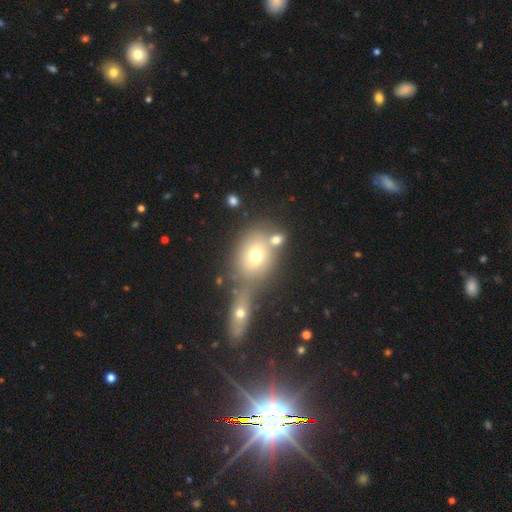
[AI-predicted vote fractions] Smooth or featured: smooth — 63% (featured or disk — 22%)
How rounded: in between — 52% (round — 45%)
Merging: none — 49% (merger — 35%)